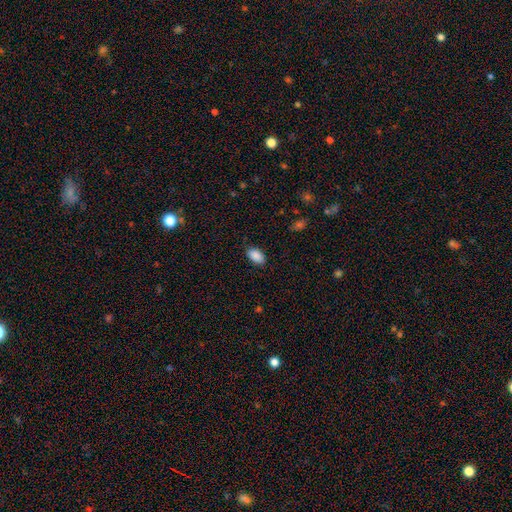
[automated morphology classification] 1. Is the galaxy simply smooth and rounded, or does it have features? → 89% smooth, 7% star or artifact, 4% featured or disk.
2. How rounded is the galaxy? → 93% in between, 5% round, 2% cigar-shaped.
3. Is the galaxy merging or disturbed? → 87% none, 10% minor disturbance, 2% major disturbance, 1% merger.